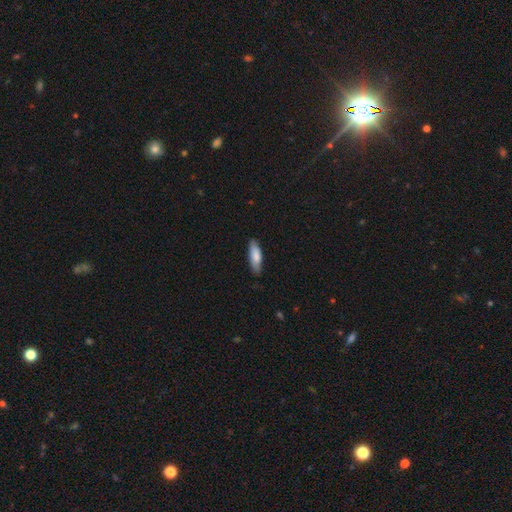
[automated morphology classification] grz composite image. It shows a smooth galaxy with no disk features (81%) that is in between round and cigar-shaped (51%). Merging: none (82%).